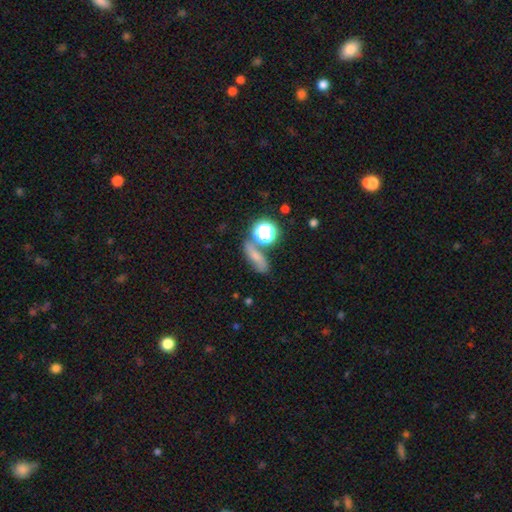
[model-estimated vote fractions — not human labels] This appears to be a smooth galaxy with no disk features (57%) that is in between round and cigar-shaped (40%). Merging: none (58%).